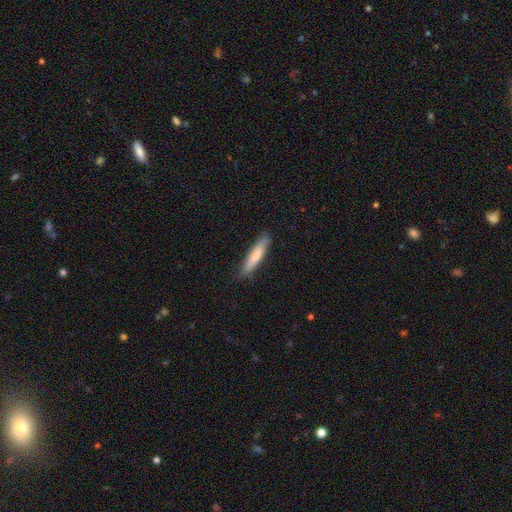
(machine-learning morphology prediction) The model was most divided on "smooth or featured": smooth: 75%, featured or disk: 20%, star or artifact: 5%. More confident: how rounded — cigar-shaped (86%); merging — none (81%).